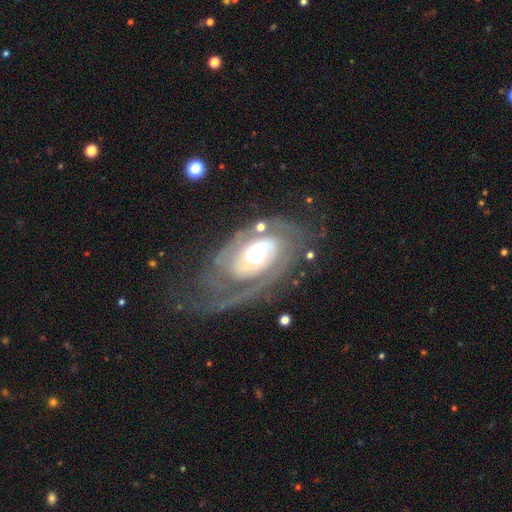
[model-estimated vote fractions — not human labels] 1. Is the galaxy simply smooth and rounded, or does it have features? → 82% featured or disk, 13% smooth, 6% star or artifact.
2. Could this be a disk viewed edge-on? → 95% no, 5% yes.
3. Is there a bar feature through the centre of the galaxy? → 72% no, 19% weak, 9% strong.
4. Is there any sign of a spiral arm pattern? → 82% yes, 18% no.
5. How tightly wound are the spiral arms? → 54% tight, 31% medium, 15% loose.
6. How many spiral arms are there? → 49% 2, 21% can't tell, 17% 1, 7% 3, 3% 4, 3% more than 4.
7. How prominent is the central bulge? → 51% moderate, 35% large, 7% dominant, 6% small, 1% none.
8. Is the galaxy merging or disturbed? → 53% none, 24% major disturbance, 19% minor disturbance, 4% merger.